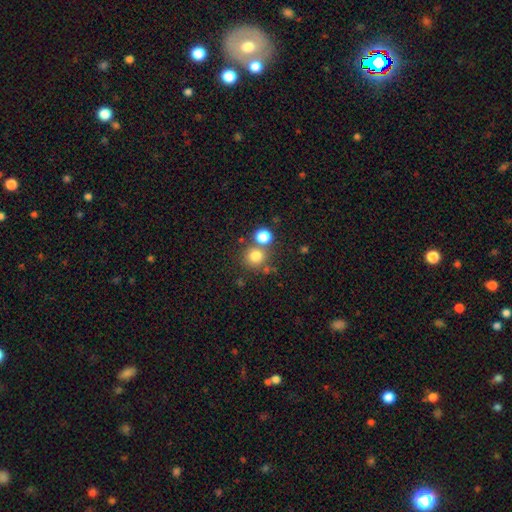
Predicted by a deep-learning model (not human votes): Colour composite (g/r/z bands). It shows a smooth galaxy with no disk features (78%) that is round (90%). Merging: none (66%).